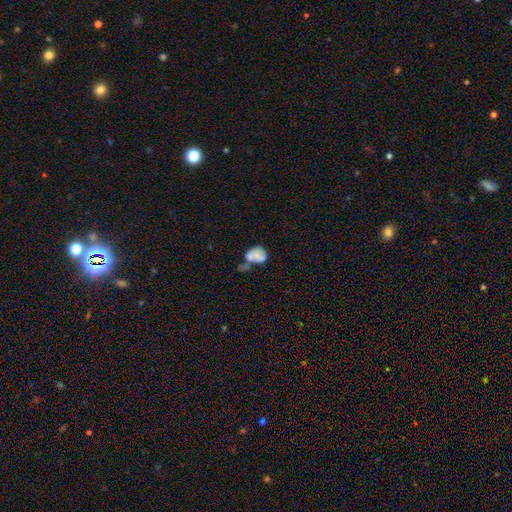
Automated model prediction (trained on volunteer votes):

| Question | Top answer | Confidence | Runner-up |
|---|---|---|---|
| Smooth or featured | smooth | 61% | featured or disk (29%) |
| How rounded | in between | 60% | round (38%) |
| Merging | merger | 55% | none (17%) |